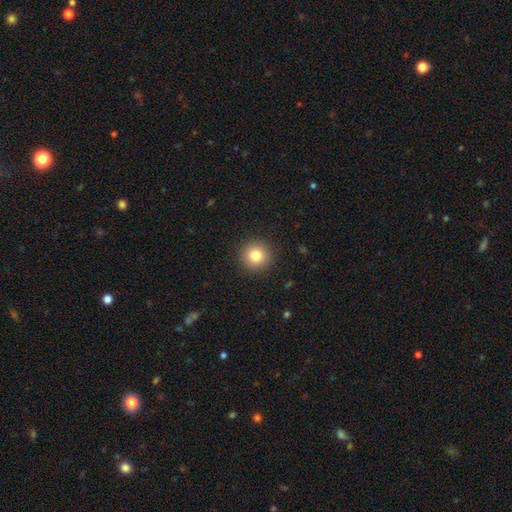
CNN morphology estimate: The model was most divided on "smooth or featured": smooth: 82%, star or artifact: 11%, featured or disk: 7%. More confident: how rounded — round (94%); merging — none (92%).